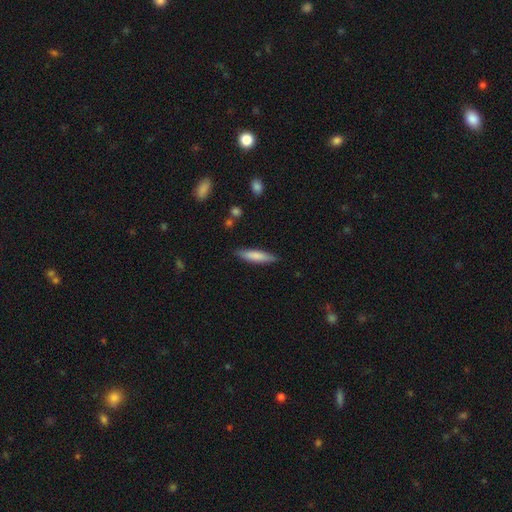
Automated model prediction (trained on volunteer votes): A smooth galaxy with no disk features (78%) that is cigar-shaped (80%).

Vote fractions:
- Smooth or featured? smooth: 78% / featured or disk: 17% / star or artifact: 6%
- How rounded? cigar-shaped: 80% / in between: 18% / round: 1%
- Merging? none: 86% / minor disturbance: 10% / major disturbance: 2% / merger: 1%